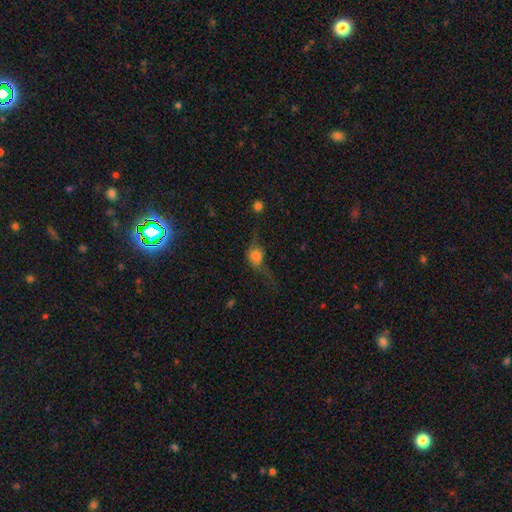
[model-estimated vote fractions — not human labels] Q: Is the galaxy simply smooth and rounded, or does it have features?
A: smooth — 53%.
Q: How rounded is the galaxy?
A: round — 49%.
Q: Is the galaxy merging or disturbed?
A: major disturbance — 37%.